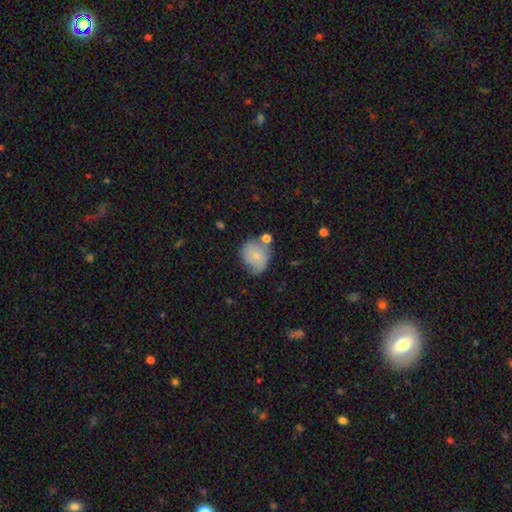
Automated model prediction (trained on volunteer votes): smooth_or_featured: smooth (p=0.70) [alt: featured or disk p=0.23]
how_rounded: round (p=0.63) [alt: in between p=0.36]
merging: none (p=0.51) [alt: minor disturbance p=0.28]